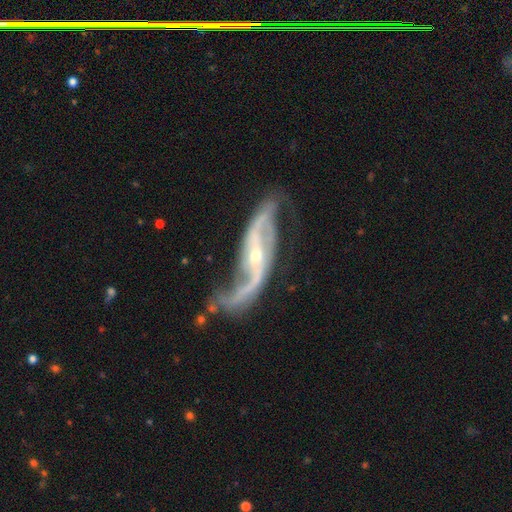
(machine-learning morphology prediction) Smooth or featured?
  - featured or disk: 91% *
  - star or artifact: 5%
  - smooth: 4%
Edge-on disk?
  - no: 91% *
  - yes: 9%
Bar?
  - strong: 35% *
  - weak: 32%
  - no: 32%
Spiral arms?
  - yes: 96% *
  - no: 4%
Spiral winding?
  - loose: 69% *
  - medium: 23%
  - tight: 8%
Spiral arm count?
  - 2: 90% *
  - can't tell: 3%
  - 1: 3%
  - 3: 2%
  - 4: 1%
  - more than 4: 1%
Bulge size?
  - small: 59% *
  - moderate: 37%
  - large: 2%
  - none: 1%
  - dominant: 1%
Merging?
  - none: 53% *
  - minor disturbance: 22%
  - major disturbance: 18%
  - merger: 6%